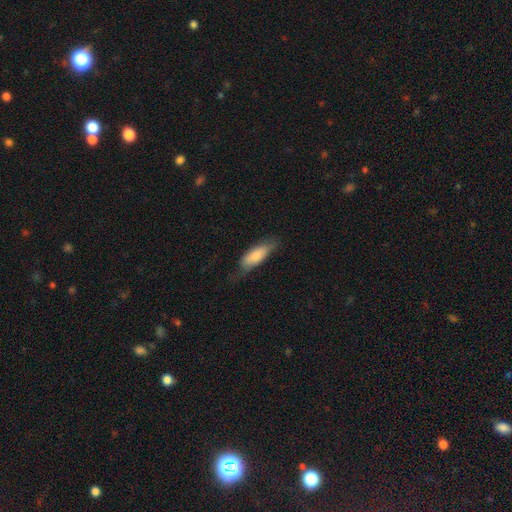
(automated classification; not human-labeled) The model was most divided on "merging": none: 59%, minor disturbance: 29%, major disturbance: 11%, merger: 1%. More confident: smooth or featured — smooth (77%); how rounded — in between (68%).